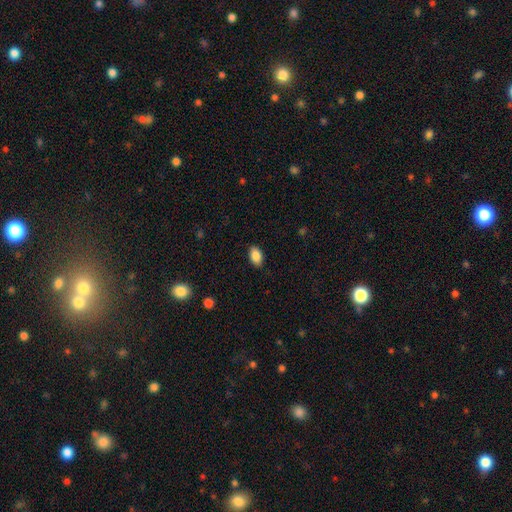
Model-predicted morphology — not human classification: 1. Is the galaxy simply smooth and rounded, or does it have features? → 88% smooth, 8% star or artifact, 5% featured or disk.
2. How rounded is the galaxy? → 92% in between, 7% round, 2% cigar-shaped.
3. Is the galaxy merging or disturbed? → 87% none, 9% minor disturbance, 2% major disturbance, 1% merger.